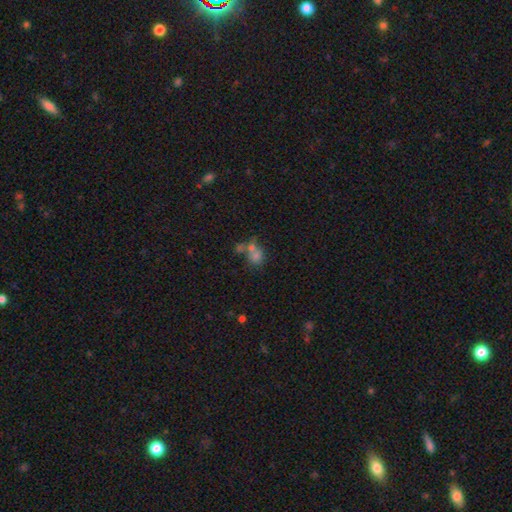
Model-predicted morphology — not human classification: type=smooth (62%); roundness=round (58%); merging=merger (54%).